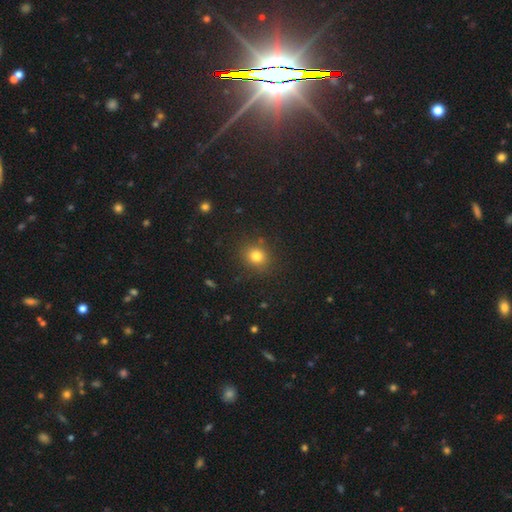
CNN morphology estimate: This is likely a smooth galaxy (79%). How rounded: likely round (79%). Merging: clearly none (86%).